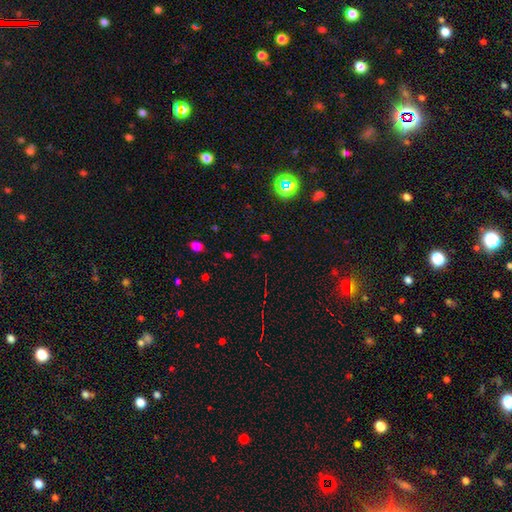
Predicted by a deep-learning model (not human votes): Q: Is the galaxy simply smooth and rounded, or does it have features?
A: star or artifact — 59%.